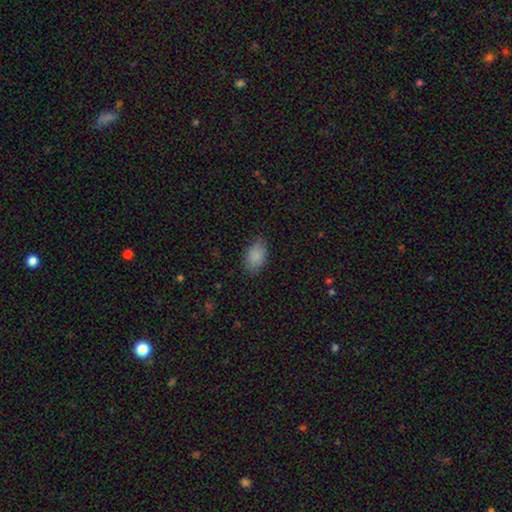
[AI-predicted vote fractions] smooth-or-featured: smooth: 88% | star or artifact: 8% | featured or disk: 5%
  how-rounded: in between: 90% | round: 9% | cigar-shaped: 1%
  merging: none: 80% | minor disturbance: 16% | major disturbance: 4% | merger: 1%